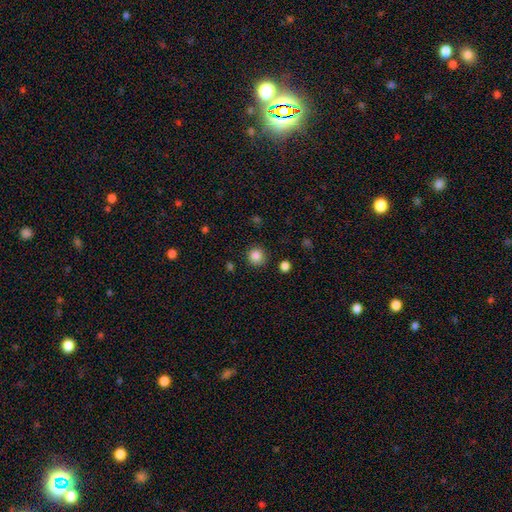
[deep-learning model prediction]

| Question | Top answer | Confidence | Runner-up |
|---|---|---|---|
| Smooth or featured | smooth | 85% | star or artifact (11%) |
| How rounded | round | 94% | in between (5%) |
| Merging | none | 89% | minor disturbance (7%) |